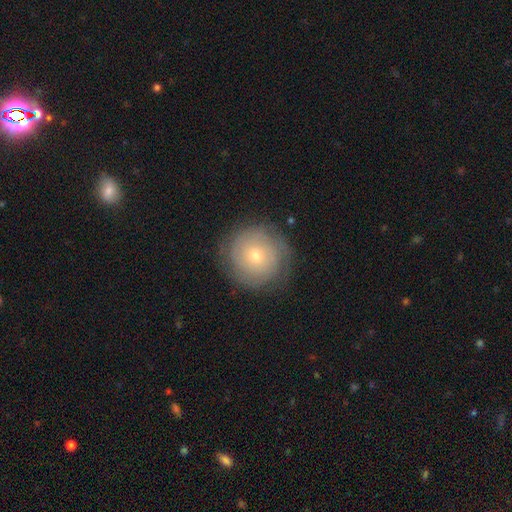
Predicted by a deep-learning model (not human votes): Overall: featured or disk (49%; smooth 42%). Merging: none (82%).